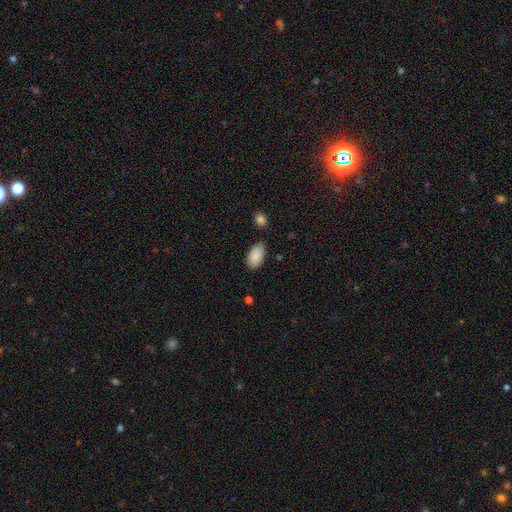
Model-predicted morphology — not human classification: Overall: smooth (90%). How rounded: in between (95%). Merging: none (78%).